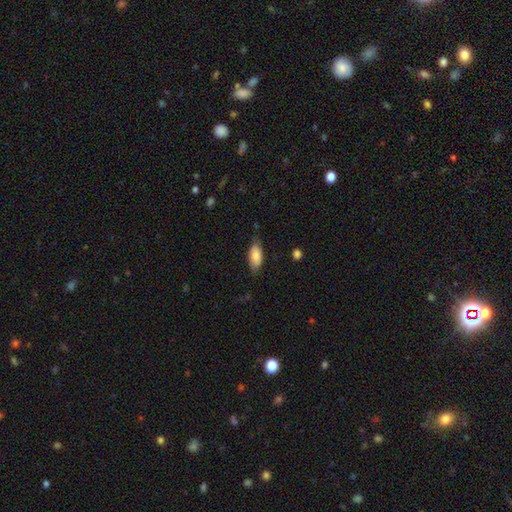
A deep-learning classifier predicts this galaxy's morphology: Smooth or featured: smooth — 80% (featured or disk — 13%)
How rounded: in between — 86% (cigar-shaped — 12%)
Merging: none — 72% (minor disturbance — 22%)